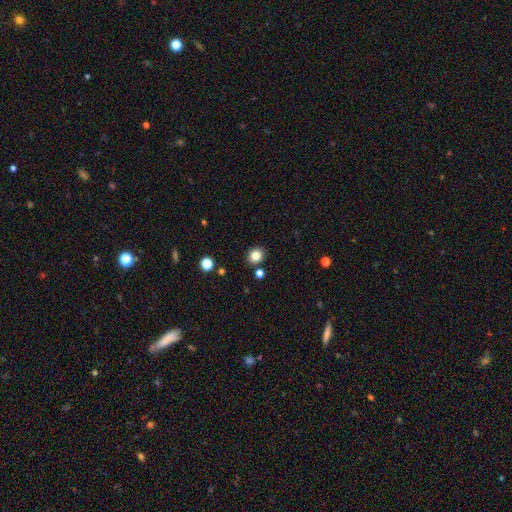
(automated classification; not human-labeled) smooth-or-featured: smooth: 83% | star or artifact: 12% | featured or disk: 6%
  how-rounded: round: 77% | in between: 22% | cigar-shaped: 1%
  merging: none: 88% | minor disturbance: 7% | merger: 3% | major disturbance: 2%